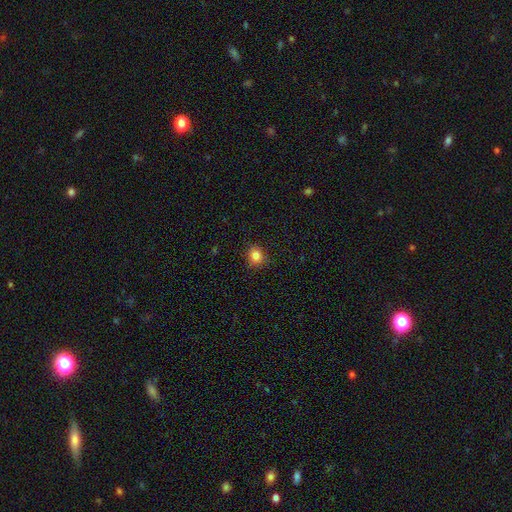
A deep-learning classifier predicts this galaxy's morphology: Smooth or featured? Predicted: smooth (p=0.83). How rounded? Predicted: round (p=0.77). Merging? Predicted: none (p=0.87).